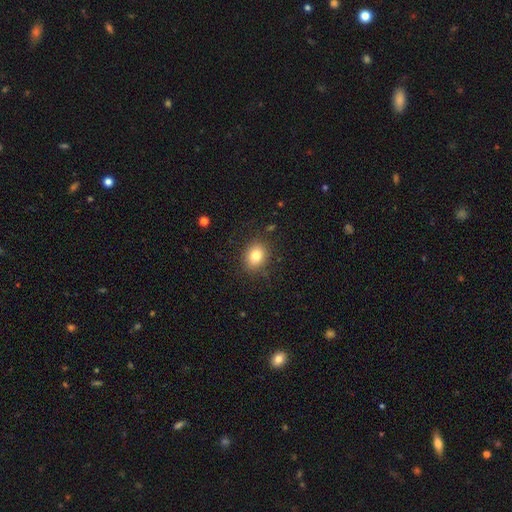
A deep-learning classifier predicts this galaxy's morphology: This is likely a smooth galaxy (80%). How rounded: possibly round (55%). Merging: clearly none (86%).